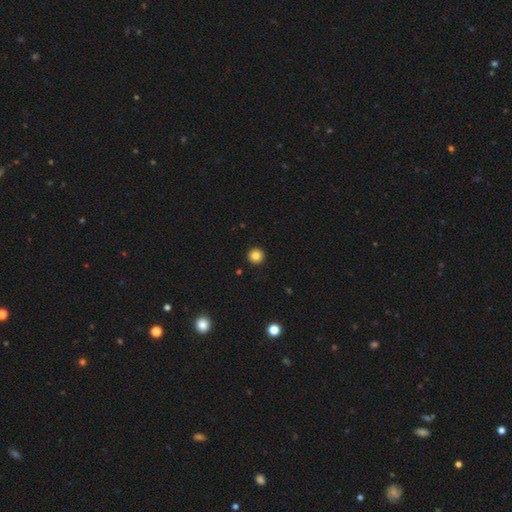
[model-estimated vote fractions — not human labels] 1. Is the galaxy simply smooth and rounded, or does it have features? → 84% smooth, 11% star or artifact, 5% featured or disk.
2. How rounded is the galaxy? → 96% round, 3% in between, 1% cigar-shaped.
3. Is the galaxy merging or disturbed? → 94% none, 4% minor disturbance, 1% major disturbance, 1% merger.